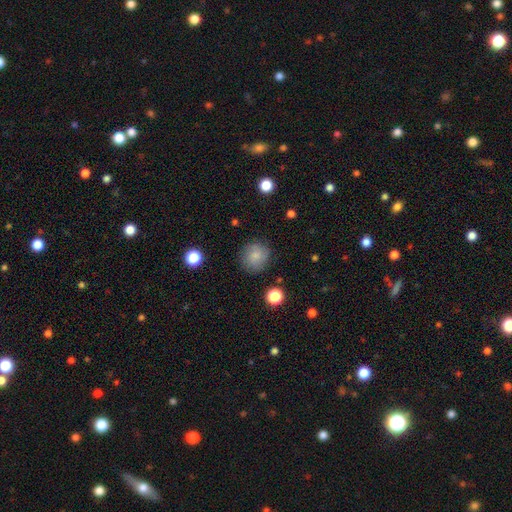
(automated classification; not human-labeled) Smooth or featured? Predicted: smooth (p=0.78). How rounded? Predicted: round (p=0.89). Merging? Predicted: none (p=0.83).